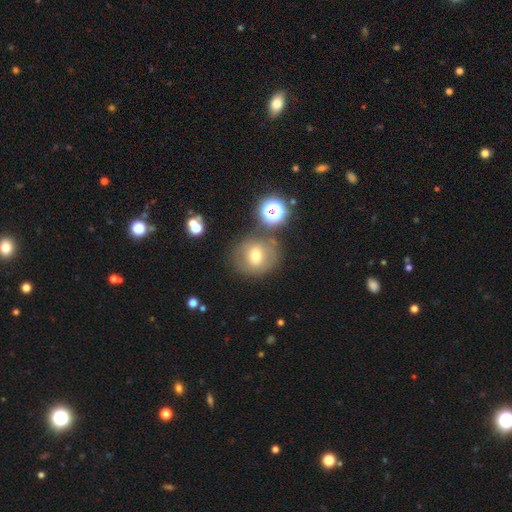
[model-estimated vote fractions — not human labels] A smooth galaxy with no disk features (62%) that is round (81%). Merging: none (68%).